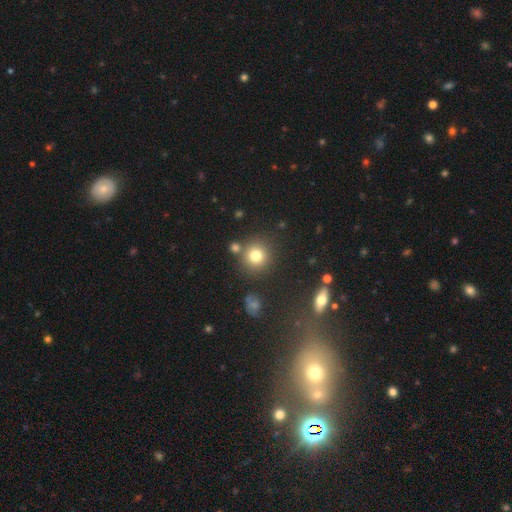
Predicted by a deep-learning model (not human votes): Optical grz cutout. It shows a smooth galaxy with no disk features (78%) that is round (91%). Merging: none (78%).